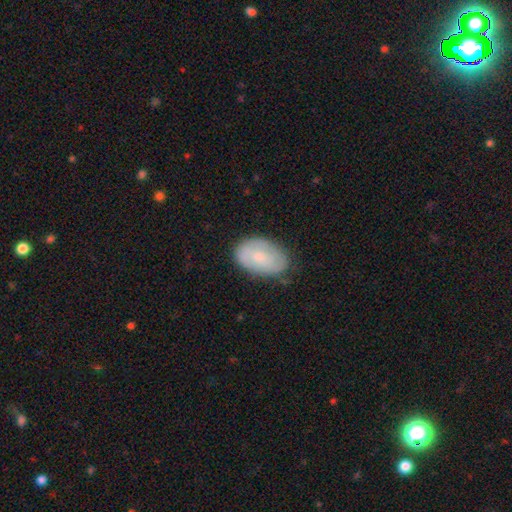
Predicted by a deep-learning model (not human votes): smooth 61%, featured or disk 32%, star or artifact 7%. Down the decision tree: how rounded — in between (90%); merging — none (71%).